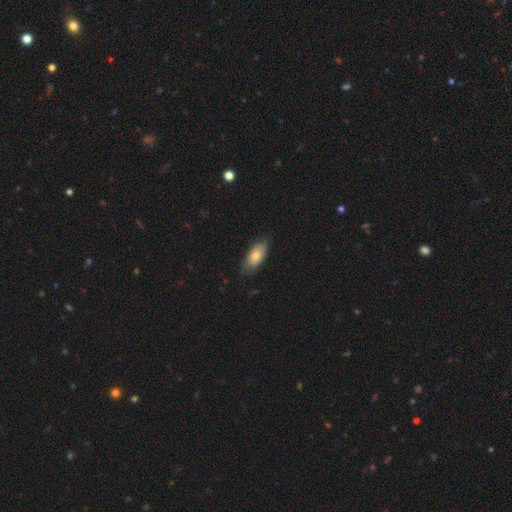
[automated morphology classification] smooth 74%, featured or disk 20%, star or artifact 6%. Down the decision tree: how rounded — in between (88%); merging — none (74%).